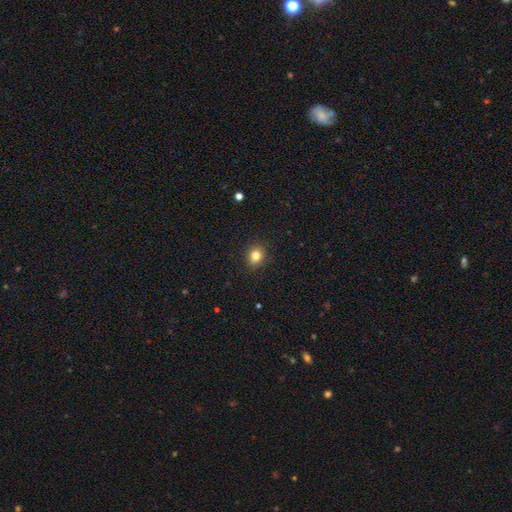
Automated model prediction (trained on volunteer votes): A smooth galaxy with no disk features (81%) that is round (65%).

Vote fractions:
- Smooth or featured? smooth: 81% / star or artifact: 12% / featured or disk: 7%
- How rounded? round: 65% / in between: 34% / cigar-shaped: 1%
- Merging? none: 89% / minor disturbance: 8% / major disturbance: 2% / merger: 1%